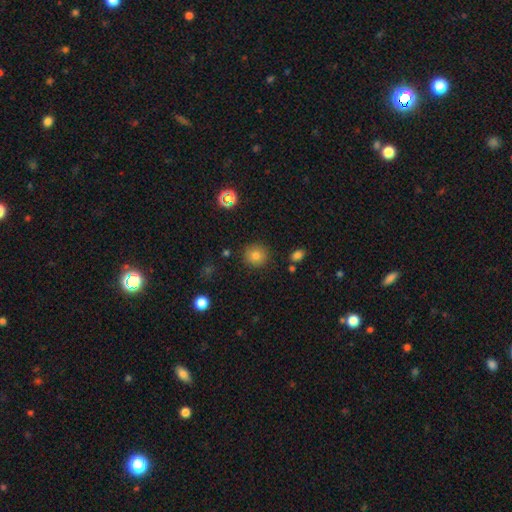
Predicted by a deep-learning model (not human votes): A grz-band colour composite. It shows a smooth galaxy with no disk features (80%) that is round (92%). Merging: none (88%).